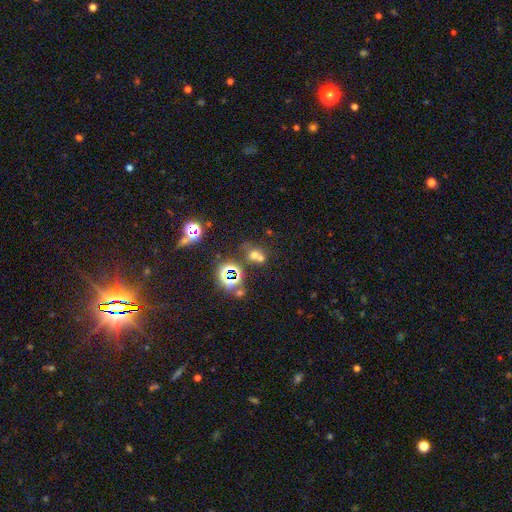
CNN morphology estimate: smooth_or_featured: smooth (p=0.49) [alt: star or artifact p=0.37]
merging: none (p=0.43) [alt: merger p=0.41]